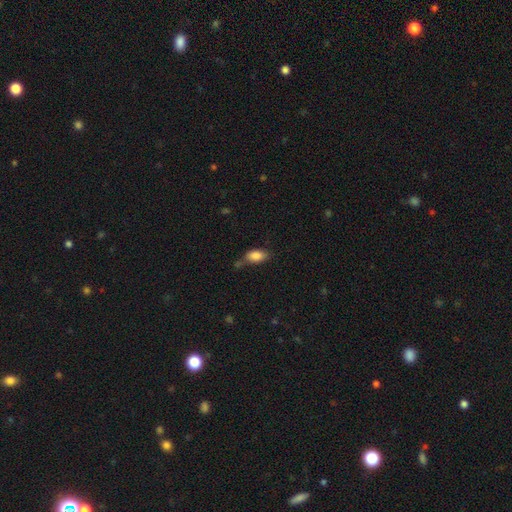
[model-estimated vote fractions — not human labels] Smooth or featured: smooth — 84% (star or artifact — 8%)
How rounded: in between — 90% (cigar-shaped — 5%)
Merging: none — 54% (minor disturbance — 25%)